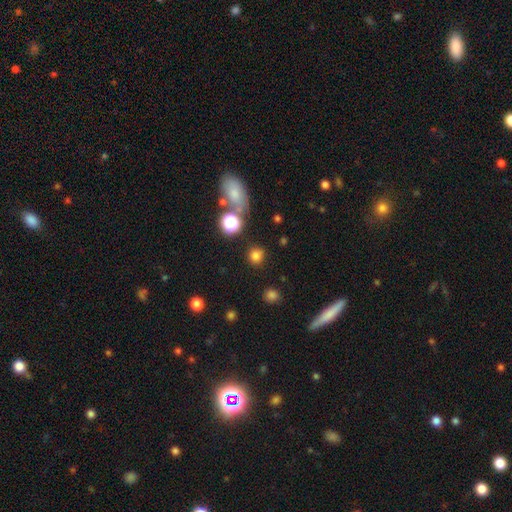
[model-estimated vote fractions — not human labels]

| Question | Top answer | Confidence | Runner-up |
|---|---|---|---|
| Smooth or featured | smooth | 77% | star or artifact (17%) |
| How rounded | round | 88% | in between (11%) |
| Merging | none | 84% | minor disturbance (8%) |